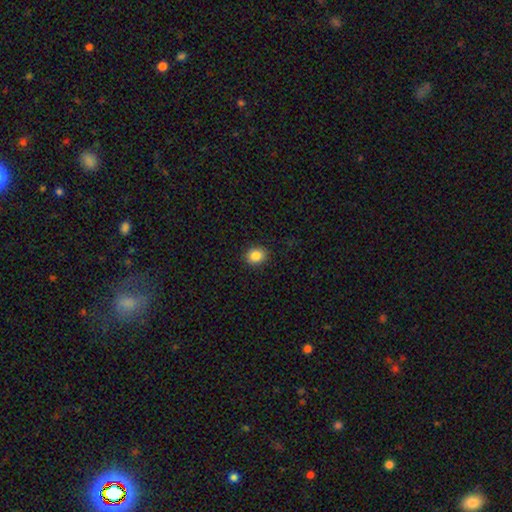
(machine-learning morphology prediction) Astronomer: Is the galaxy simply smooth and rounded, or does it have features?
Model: smooth — 87%.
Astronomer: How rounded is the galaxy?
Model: round — 60% (runner-up: in between, 39%).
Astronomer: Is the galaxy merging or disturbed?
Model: none — 91%.